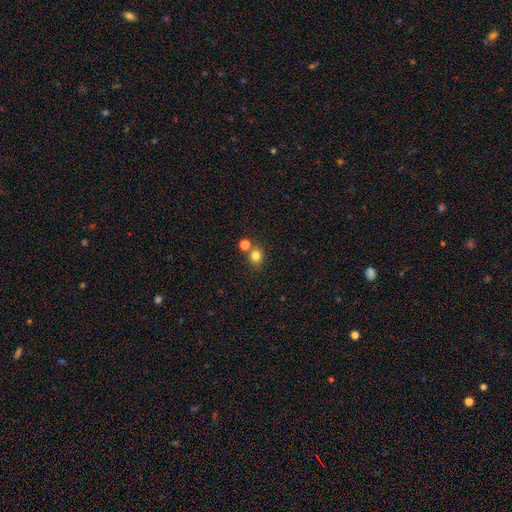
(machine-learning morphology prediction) smooth_or_featured: smooth (p=0.81) [alt: star or artifact p=0.13]
how_rounded: round (p=0.80) [alt: in between p=0.19]
merging: none (p=0.71) [alt: merger p=0.18]